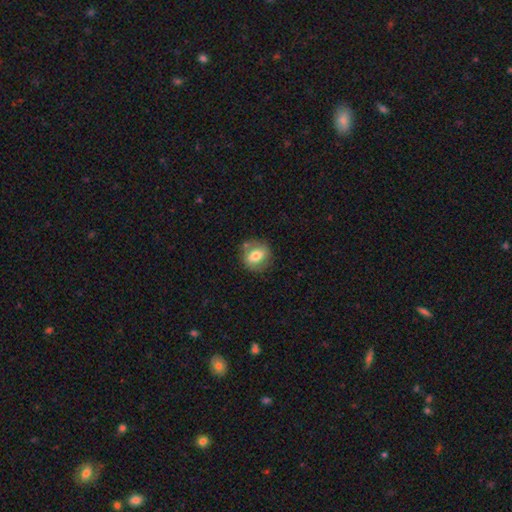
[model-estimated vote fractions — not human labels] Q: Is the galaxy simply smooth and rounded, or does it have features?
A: smooth — 65%.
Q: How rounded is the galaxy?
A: round — 63%.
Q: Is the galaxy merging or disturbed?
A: none — 75%.